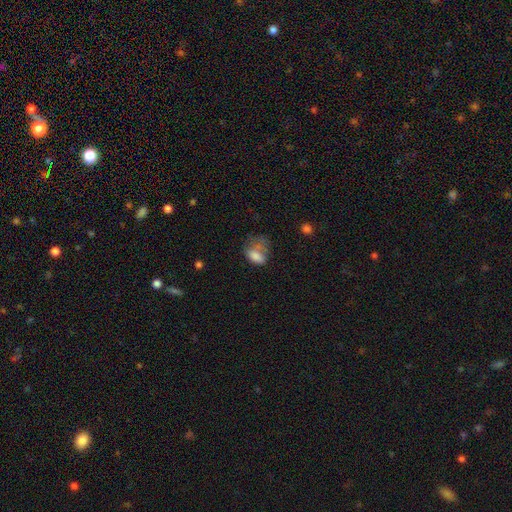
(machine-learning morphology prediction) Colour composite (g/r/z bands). It shows a smooth galaxy with no disk features (73%) that is in between round and cigar-shaped (84%). Merging: major disturbance (44%).